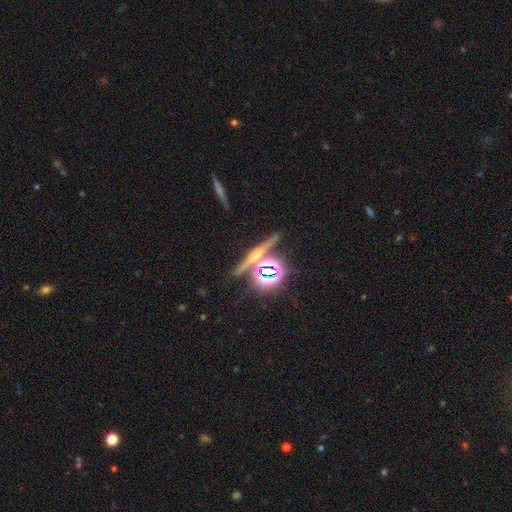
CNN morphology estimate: Q: Smooth or featured?
A: star or artifact (39%); runner-up: featured or disk (37%)